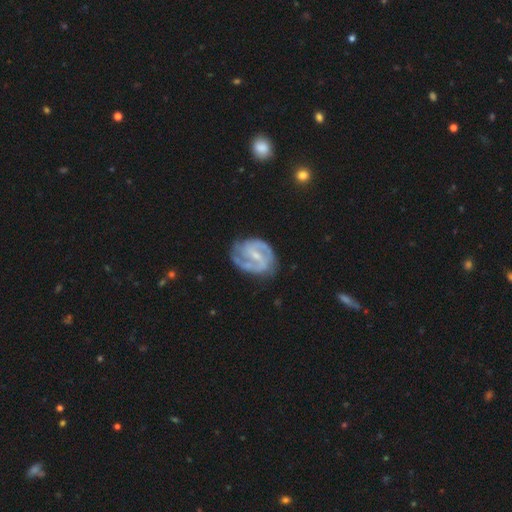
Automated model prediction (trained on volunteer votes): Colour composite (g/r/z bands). It shows a featured or disk galaxy (88%) with a weak bar (51%), 2 (73%) medium (51%) spiral arms (97%) and a small central bulge (62%). Merging: none (67%).